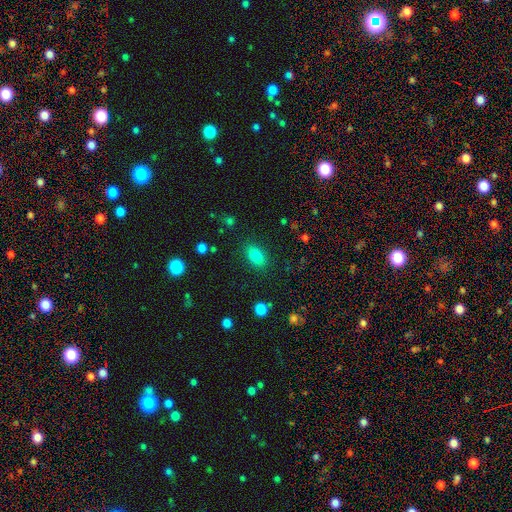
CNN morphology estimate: Smooth or featured? smooth (83%)
How rounded? in between (88%)
Merging? none (86%)